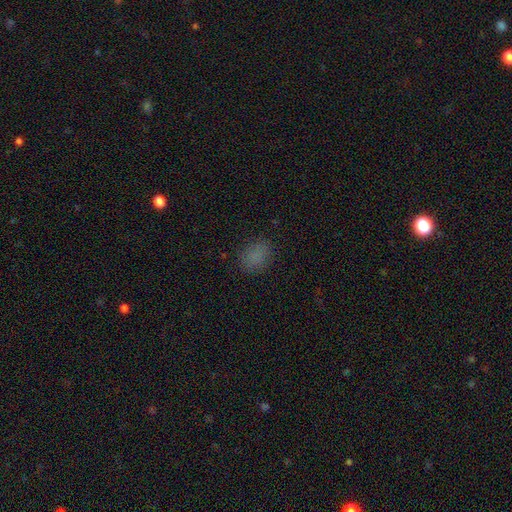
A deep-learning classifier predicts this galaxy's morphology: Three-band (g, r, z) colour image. It shows a smooth galaxy with no disk features (80%) that is in between round and cigar-shaped (70%). Merging: none (82%).